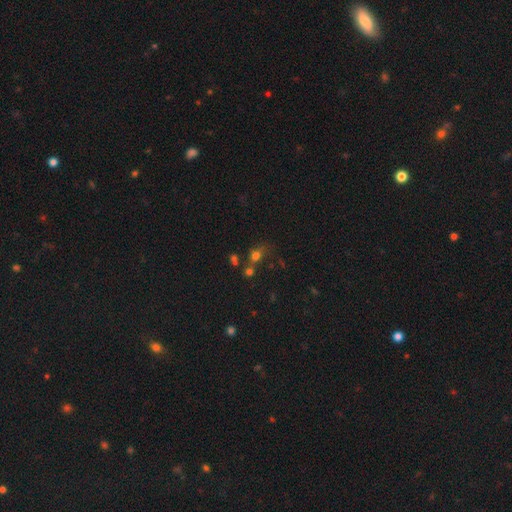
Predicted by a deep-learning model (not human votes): Morphology: type=smooth (66%); roundness=round (66%); merging=none (44%).